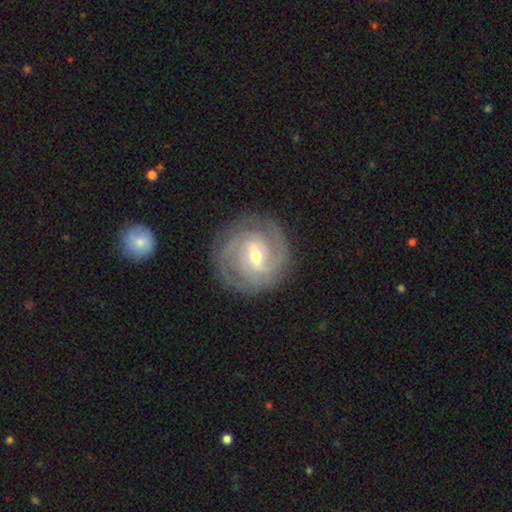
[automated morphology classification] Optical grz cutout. It shows a featured or disk galaxy (84%) with a weak bar (54%), 2 (41%) tight (66%) spiral arms (95%) and a moderate central bulge (53%). Merging: none (84%).